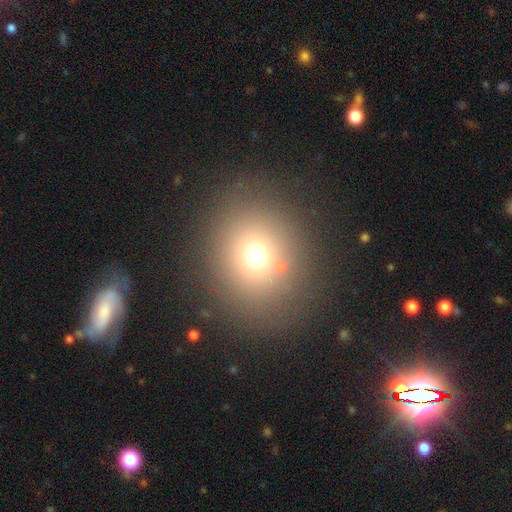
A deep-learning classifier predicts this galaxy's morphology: Smooth or featured?
  - smooth: 69% *
  - star or artifact: 20%
  - featured or disk: 11%
How rounded?
  - round: 75% *
  - in between: 24%
  - cigar-shaped: 1%
Merging?
  - none: 83% *
  - minor disturbance: 9%
  - major disturbance: 6%
  - merger: 3%